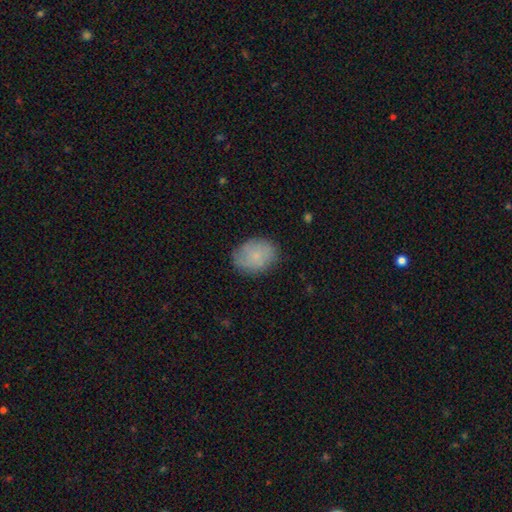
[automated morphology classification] Overall: smooth (67%). How rounded: in between (68%; round 30%). Merging: none (77%).